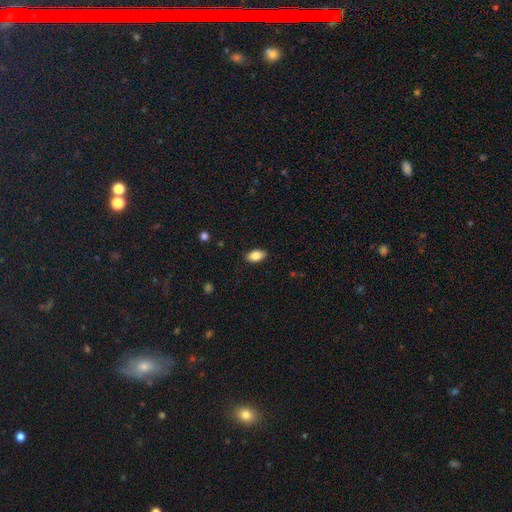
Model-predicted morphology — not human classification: A smooth galaxy with no disk features (86%) that is in between round and cigar-shaped (91%). Merging: none (87%).